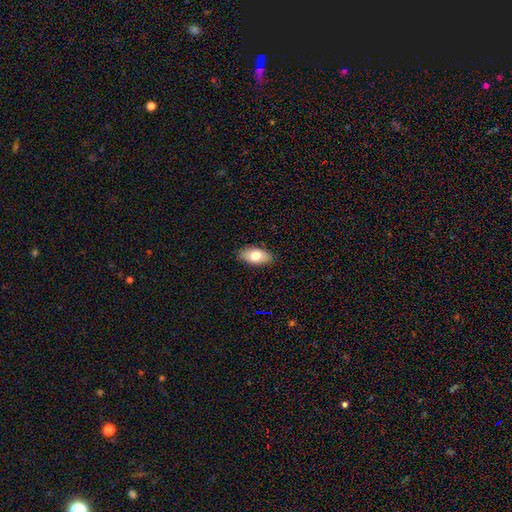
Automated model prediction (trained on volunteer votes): Overall: smooth (74%). How rounded: in between (92%). Merging: none (88%).